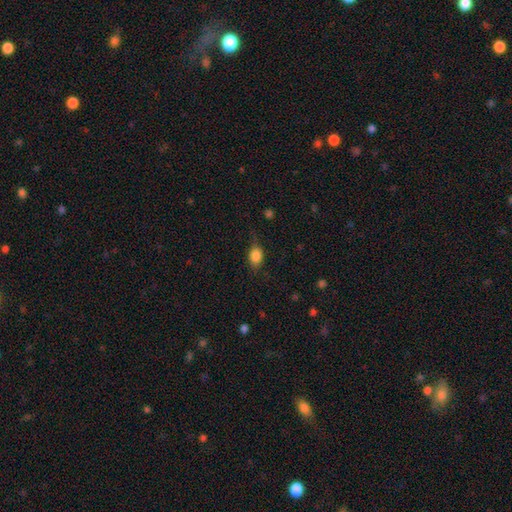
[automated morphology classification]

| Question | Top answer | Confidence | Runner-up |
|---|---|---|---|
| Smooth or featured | smooth | 84% | star or artifact (9%) |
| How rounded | in between | 73% | round (25%) |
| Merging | none | 68% | minor disturbance (23%) |